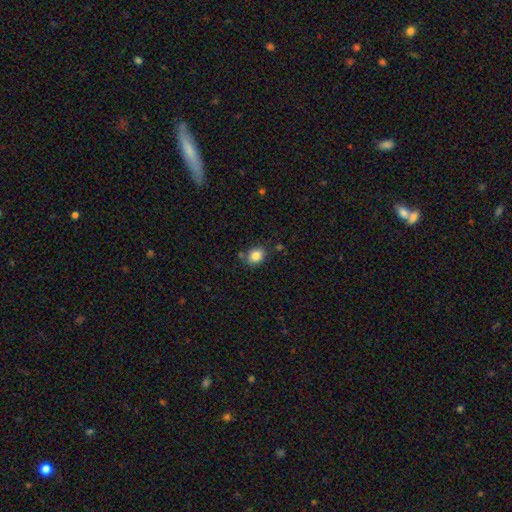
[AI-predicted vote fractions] This appears to be a smooth galaxy with no disk features (85%) that is round (51%). Merging: none (77%).